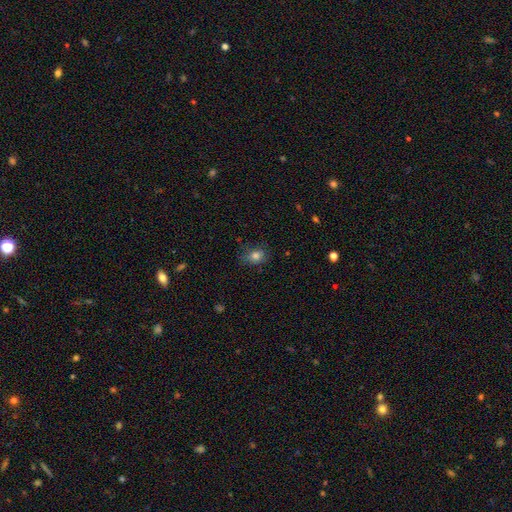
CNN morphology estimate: The model was most divided on "how rounded": in between: 54%, round: 45%, cigar-shaped: 1%. More confident: smooth or featured — smooth (81%); merging — none (73%).